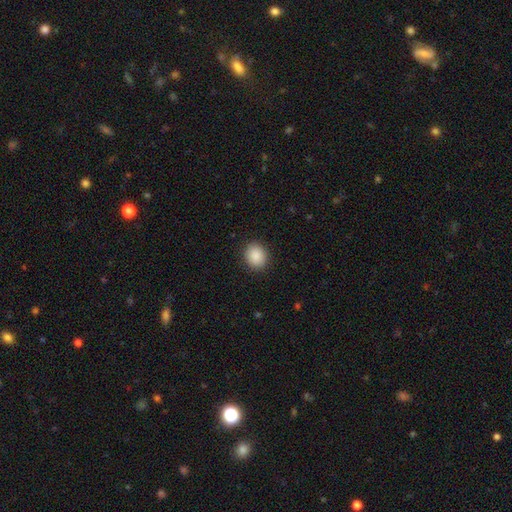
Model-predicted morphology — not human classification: This is clearly a smooth galaxy (88%). How rounded: likely round (65%). Merging: clearly none (90%).